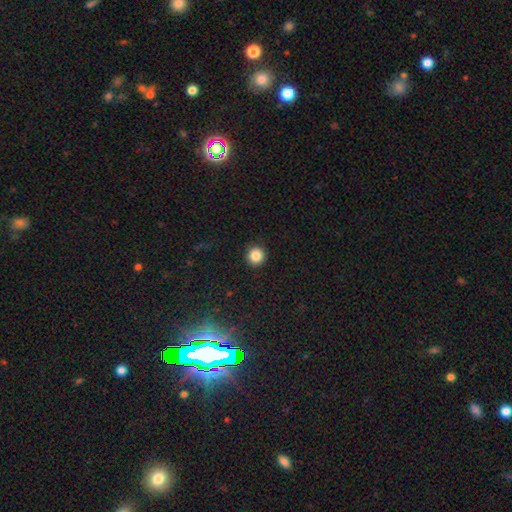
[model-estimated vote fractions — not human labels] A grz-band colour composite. It shows a smooth galaxy with no disk features (85%) that is round (95%). Merging: none (92%).